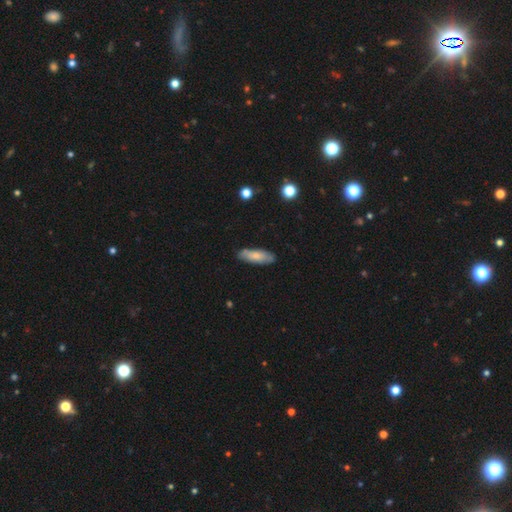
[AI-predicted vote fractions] This is likely a smooth galaxy (74%). How rounded: possibly in between (58%). Merging: clearly none (82%).